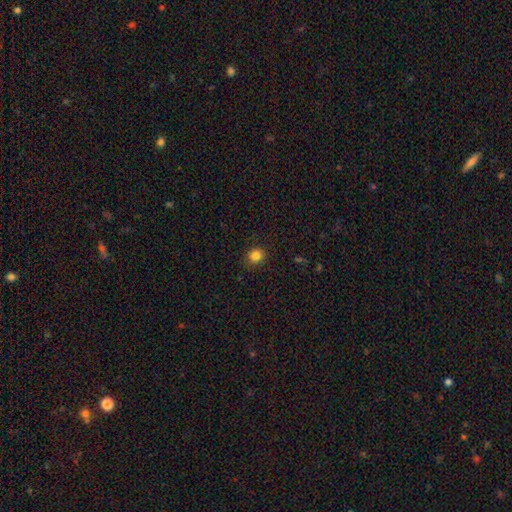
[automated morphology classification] A smooth galaxy with no disk features (84%) that is round (74%). Merging: none (88%).